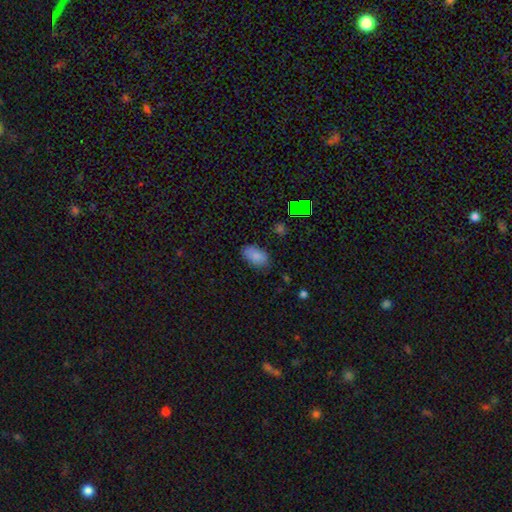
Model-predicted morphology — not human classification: A smooth galaxy with no disk features (83%) that is in between round and cigar-shaped (93%).

Vote fractions:
- Smooth or featured? smooth: 83% / star or artifact: 11% / featured or disk: 6%
- How rounded? in between: 93% / round: 6% / cigar-shaped: 2%
- Merging? none: 80% / minor disturbance: 15% / major disturbance: 3% / merger: 2%